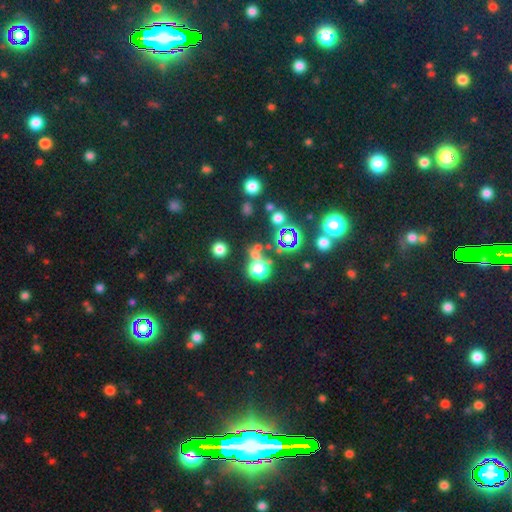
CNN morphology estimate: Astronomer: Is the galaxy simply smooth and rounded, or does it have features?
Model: smooth — 51% (runner-up: star or artifact, 39%).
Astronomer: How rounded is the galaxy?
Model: round — 85%.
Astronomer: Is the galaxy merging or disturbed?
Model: none — 63%.